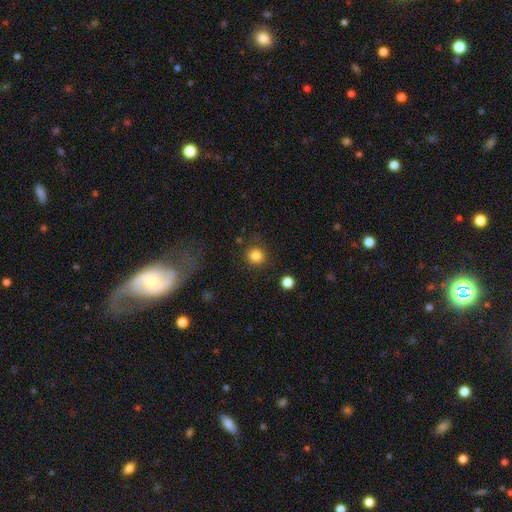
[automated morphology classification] Smooth or featured: smooth — 84% (star or artifact — 12%)
How rounded: round — 92% (in between — 7%)
Merging: none — 86% (minor disturbance — 8%)